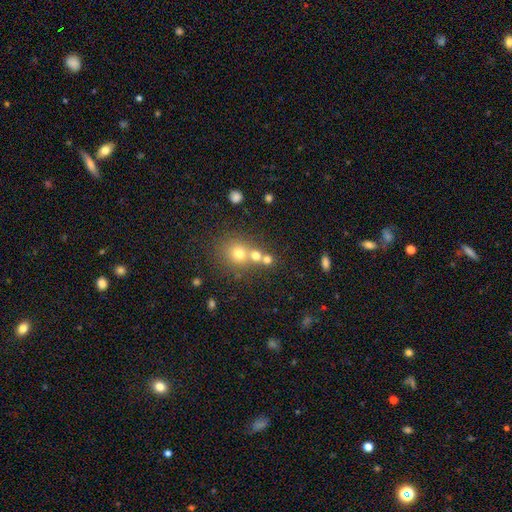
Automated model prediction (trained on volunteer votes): A smooth galaxy with no disk features (68%) that is round (83%). Merging: none (45%).